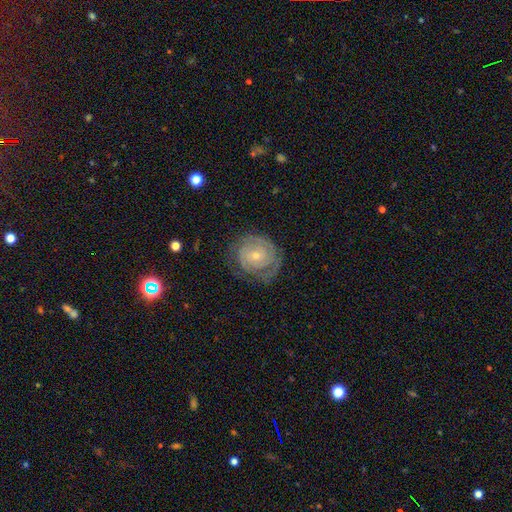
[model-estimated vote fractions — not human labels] Overall: featured or disk (79%). Edge-on disk: no (98%). Bar: no (74%). Spiral arms: yes (92%). Spiral arm count: 2 (35%; can't tell 34%). Spiral winding: tight (77%). Bulge size: small (72%). Merging: none (73%).